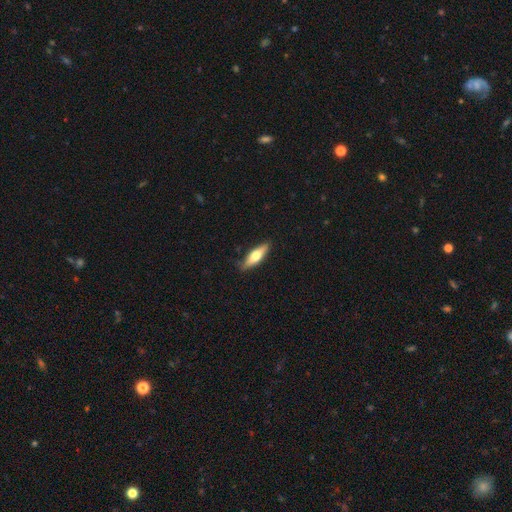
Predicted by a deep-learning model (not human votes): Smooth or featured? Predicted: smooth (p=0.57). How rounded? Predicted: cigar-shaped (p=0.54). Merging? Predicted: none (p=0.82).